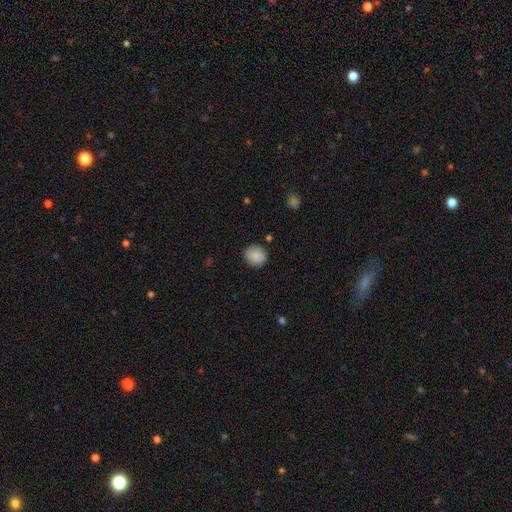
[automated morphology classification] Smooth or featured? Predicted: smooth (p=0.86). How rounded? Predicted: round (p=0.85). Merging? Predicted: none (p=0.86).